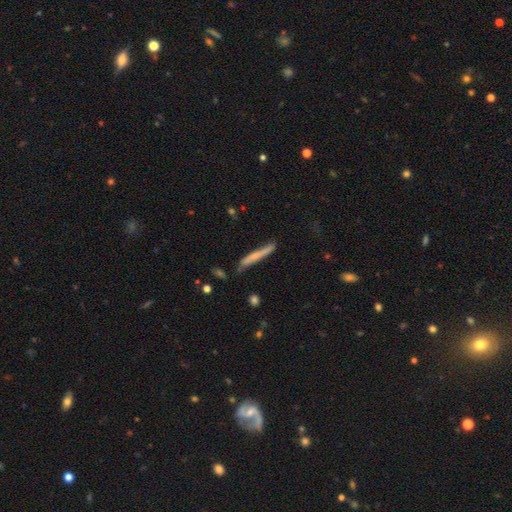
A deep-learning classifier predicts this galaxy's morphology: The model was most divided on "smooth or featured": smooth: 56%, featured or disk: 38%, star or artifact: 6%. More confident: how rounded — cigar-shaped (95%); merging — none (73%).